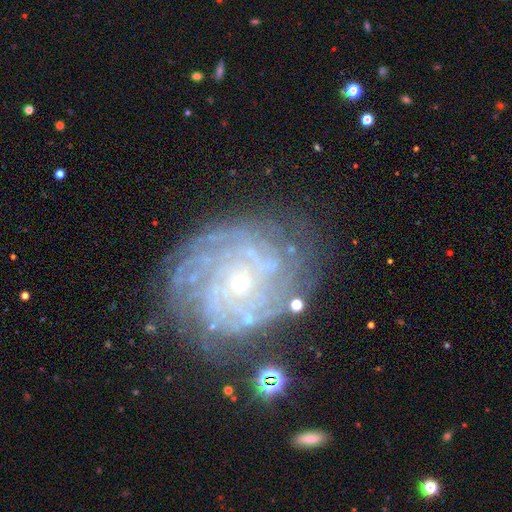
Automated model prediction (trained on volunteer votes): Morphology: type=featured or disk (83%); edge-on=no (97%); bar=no (76%); spiral arms=yes (94%); winding=tight (77%); arm count=can't tell (36%); bulge=small (77%); merging=none (77%).